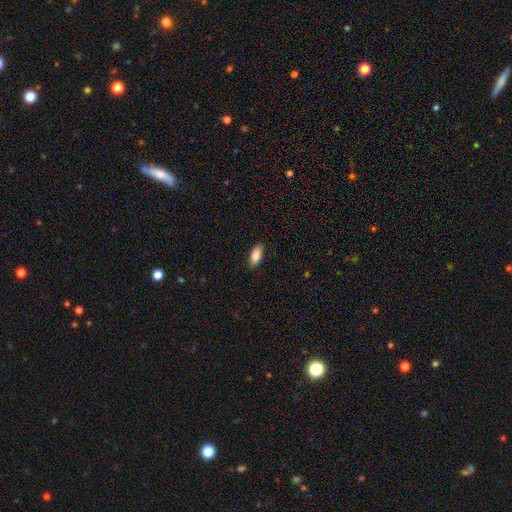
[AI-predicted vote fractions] smooth_or_featured: smooth (p=0.84) [alt: featured or disk p=0.10]
how_rounded: in between (p=0.83) [alt: cigar-shaped p=0.15]
merging: none (p=0.87) [alt: minor disturbance p=0.10]